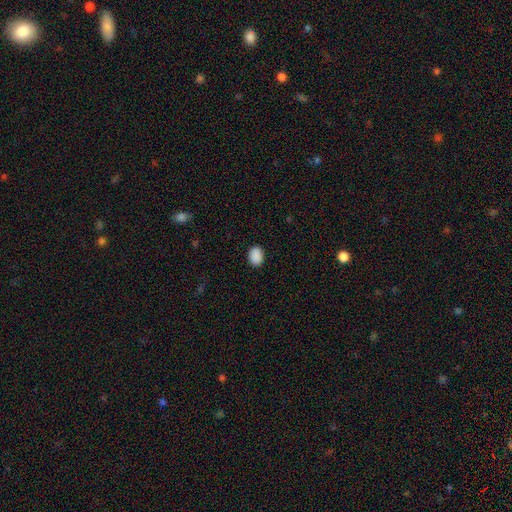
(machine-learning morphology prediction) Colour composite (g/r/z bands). It shows a smooth galaxy with no disk features (90%) that is in between round and cigar-shaped (67%). Merging: none (90%).